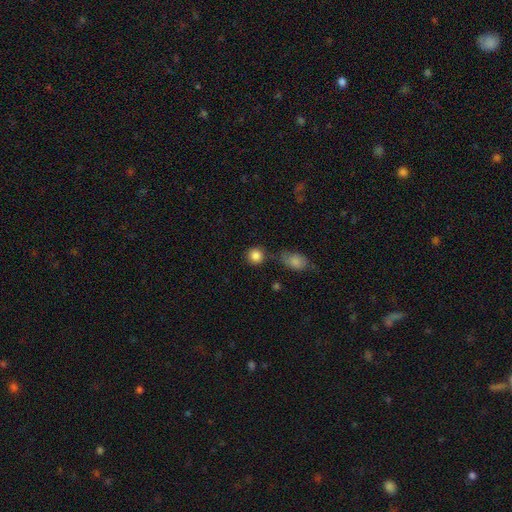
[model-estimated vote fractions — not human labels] This is clearly a smooth galaxy (86%). How rounded: clearly round (90%). Merging: likely none (76%).